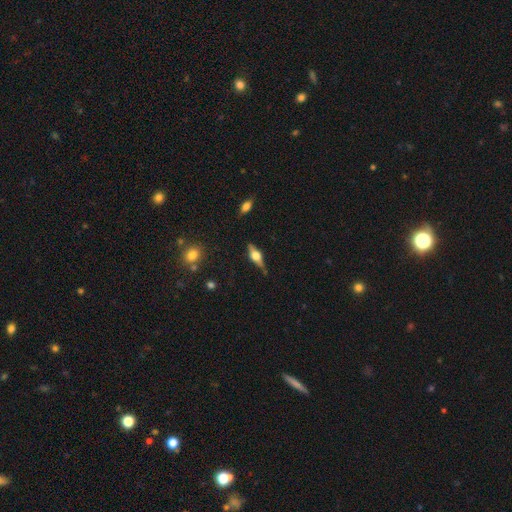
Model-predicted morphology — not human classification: Smooth or featured? featured or disk (71%)
Edge-on disk? yes (96%)
Edge-on bulge? rounded (92%)
Merging? none (81%)